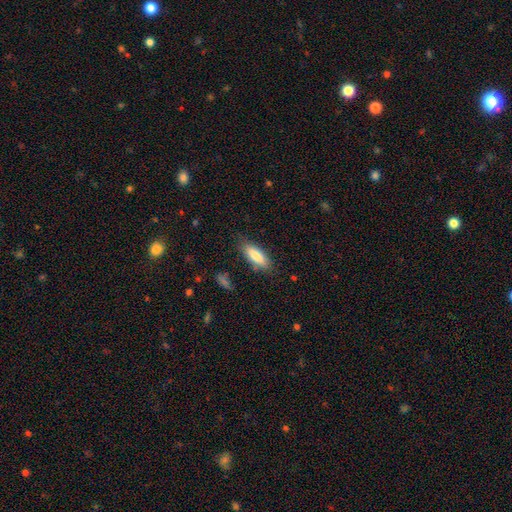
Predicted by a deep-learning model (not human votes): Smooth or featured: smooth — 81% (featured or disk — 13%)
How rounded: in between — 59% (cigar-shaped — 40%)
Merging: none — 79% (minor disturbance — 15%)